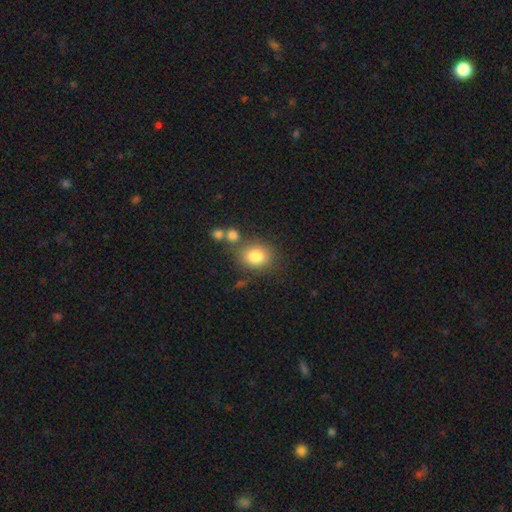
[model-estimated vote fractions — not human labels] Morphology: type=smooth (80%); roundness=round (59%); merging=none (69%).